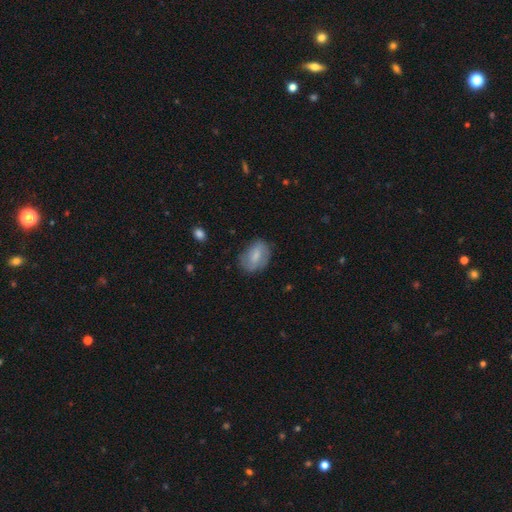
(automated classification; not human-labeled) Smooth or featured: smooth — 64% (featured or disk — 29%)
How rounded: in between — 83% (round — 15%)
Merging: none — 71% (minor disturbance — 21%)